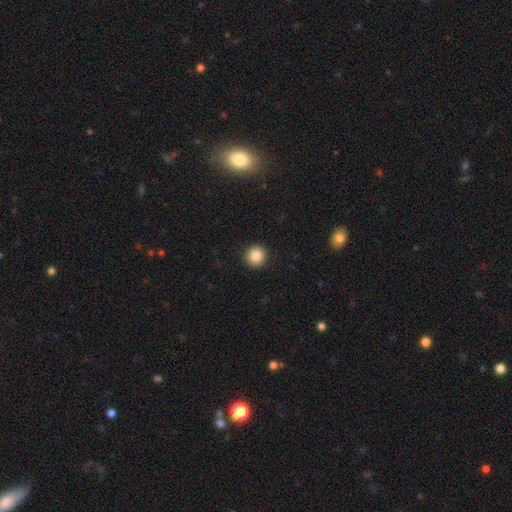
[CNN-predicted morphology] This appears to be a smooth galaxy with no disk features (87%) that is round (94%). Merging: none (93%).